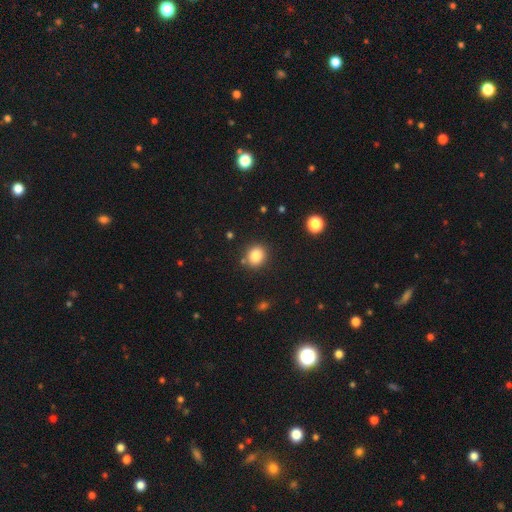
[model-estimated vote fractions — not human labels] Morphology: type=smooth (83%); roundness=round (77%); merging=none (85%).